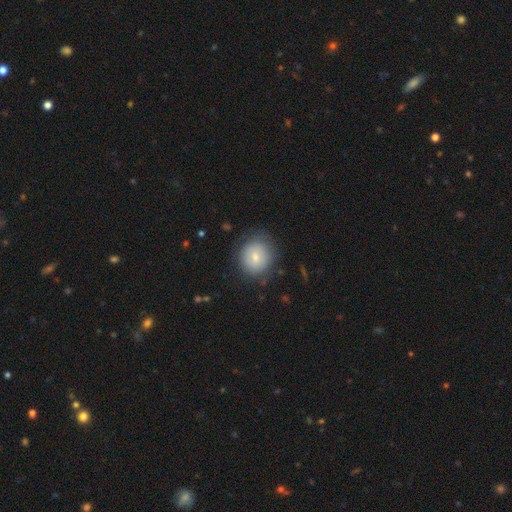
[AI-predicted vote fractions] Morphology: type=smooth (75%); roundness=round (82%); merging=none (77%).